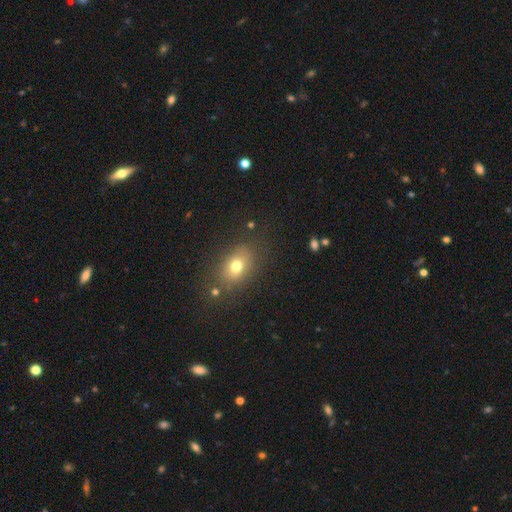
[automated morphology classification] Q: Smooth or featured?
A: smooth (65%); runner-up: star or artifact (24%)
Q: How rounded?
A: in between (59%); runner-up: round (39%)
Q: Merging?
A: none (84%); runner-up: minor disturbance (9%)